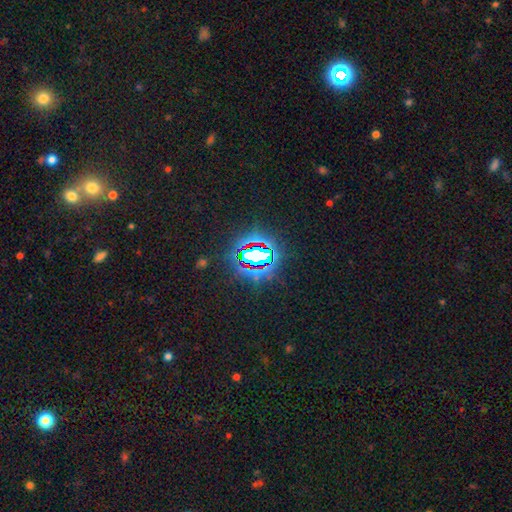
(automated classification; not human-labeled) Smooth or featured? star or artifact (79%)